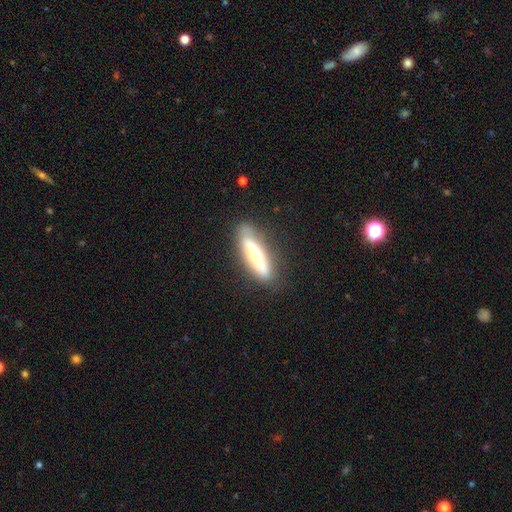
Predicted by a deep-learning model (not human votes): This appears to be a smooth galaxy with no disk features (49%). Merging: none (79%).